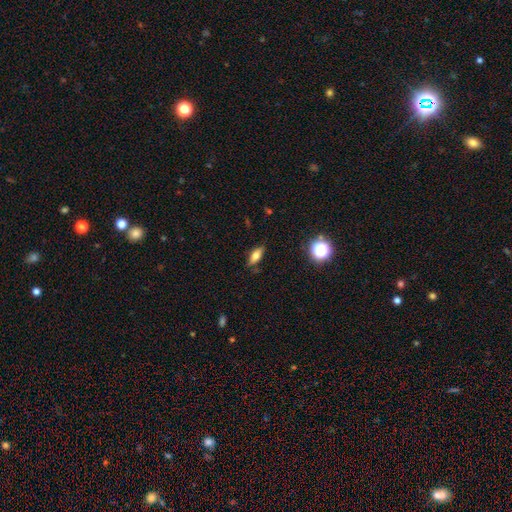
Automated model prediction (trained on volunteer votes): Smooth or featured: smooth — 69% (featured or disk — 20%)
How rounded: in between — 72% (cigar-shaped — 23%)
Merging: none — 80% (minor disturbance — 15%)